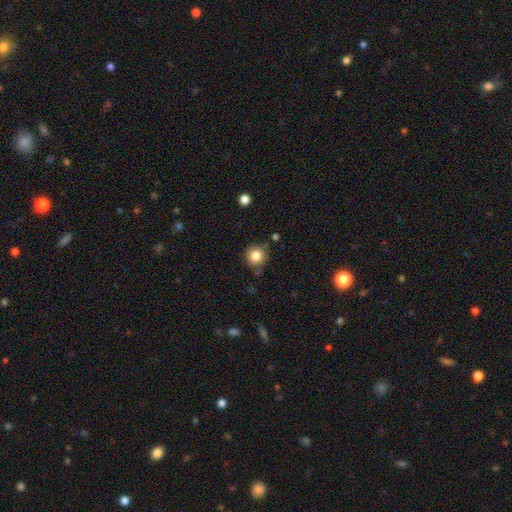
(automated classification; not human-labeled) This is clearly a smooth galaxy (83%). How rounded: clearly round (93%). Merging: clearly none (82%).